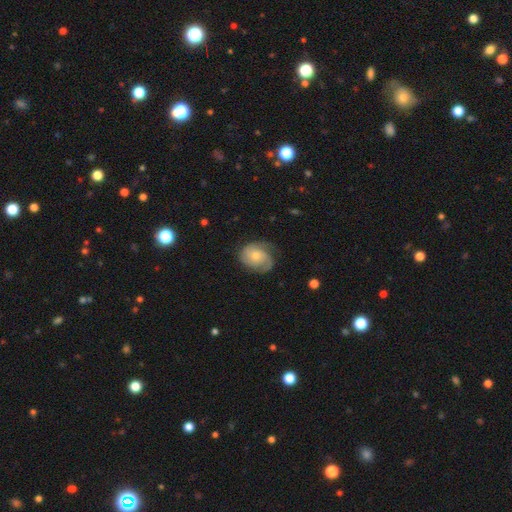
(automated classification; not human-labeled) smooth_or_featured: featured or disk (p=0.66) [alt: smooth p=0.27]
disk_edge_on: no (p=0.97) [alt: yes p=0.03]
bar: no (p=0.74) [alt: weak p=0.23]
has_spiral_arms: yes (p=0.92) [alt: no p=0.08]
spiral_winding: tight (p=0.45) [alt: medium p=0.39]
spiral_arm_count: 2 (p=0.43) [alt: can't tell p=0.20]
bulge_size: small (p=0.47) [alt: moderate p=0.44]
merging: none (p=0.61) [alt: minor disturbance p=0.25]